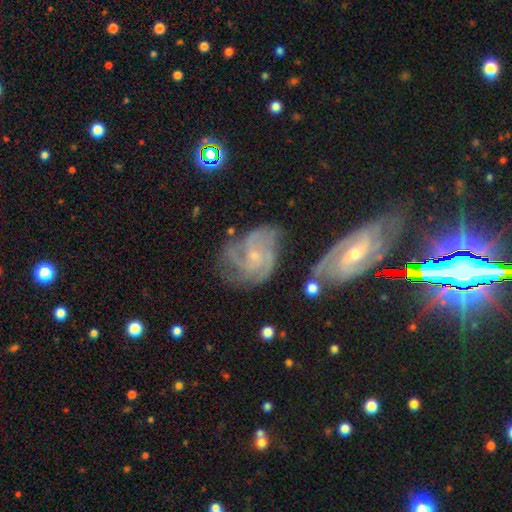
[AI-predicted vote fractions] A featured or disk galaxy (86%) with no bar (65%), 3 (40%) tight (46%) spiral arms (96%) and a small central bulge (74%).

Vote fractions:
- Smooth or featured? featured or disk: 86% / smooth: 8% / star or artifact: 7%
- Edge-on disk? no: 97% / yes: 3%
- Bar? no: 65% / weak: 30% / strong: 6%
- Spiral arms? yes: 96% / no: 4%
- Spiral winding? tight: 46% / medium: 43% / loose: 11%
- Spiral arm count? 3: 40% / 4: 18% / can't tell: 18% / 2: 13% / more than 4: 6% / 1: 6%
- Bulge size? small: 74% / moderate: 18% / none: 6% / large: 1% / dominant: 1%
- Merging? none: 58% / minor disturbance: 21% / major disturbance: 13% / merger: 8%